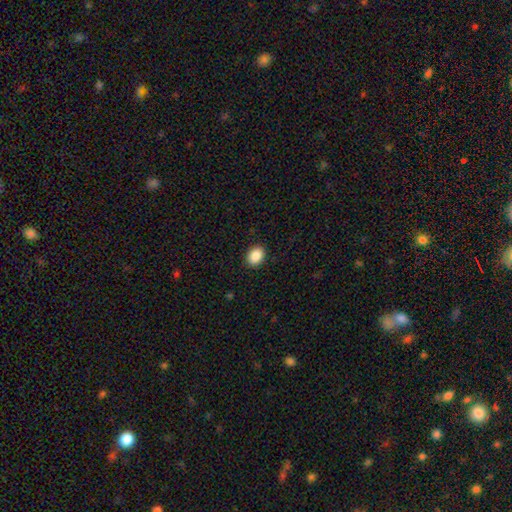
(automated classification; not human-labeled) Smooth or featured? Predicted: smooth (p=0.89). How rounded? Predicted: in between (p=0.59). Merging? Predicted: none (p=0.91).